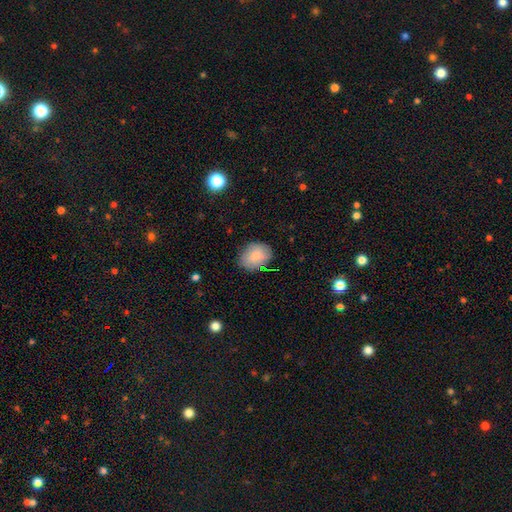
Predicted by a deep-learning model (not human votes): A smooth galaxy with no disk features (83%) that is in between round and cigar-shaped (66%). Merging: none (75%).